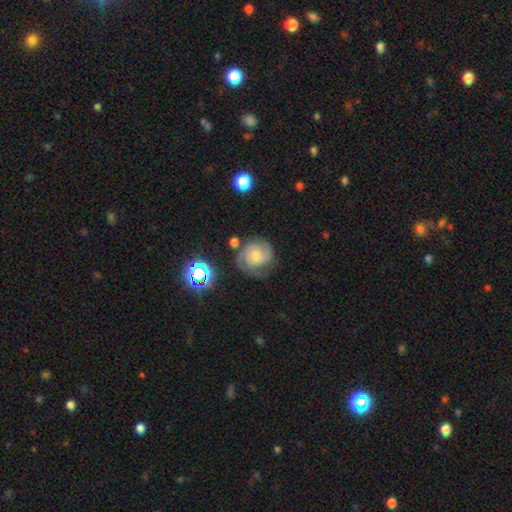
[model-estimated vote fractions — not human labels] This appears to be a featured or disk galaxy (75%) with no bar (69%), 2 (52%) tight (59%) spiral arms (95%) and a small central bulge (49%). Merging: none (66%).